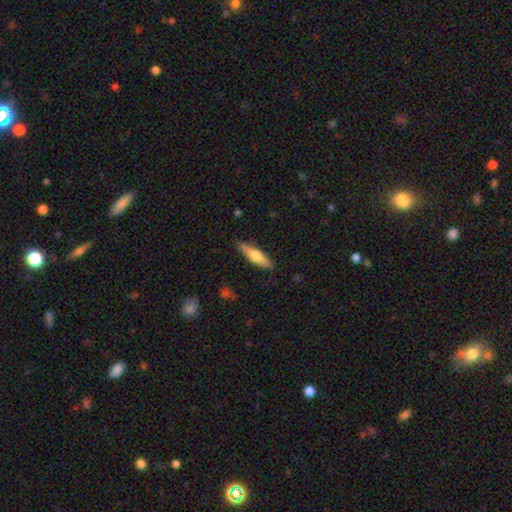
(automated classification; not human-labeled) Smooth or featured: smooth — 52% (featured or disk — 43%)
How rounded: cigar-shaped — 71% (in between — 27%)
Merging: none — 87% (minor disturbance — 9%)